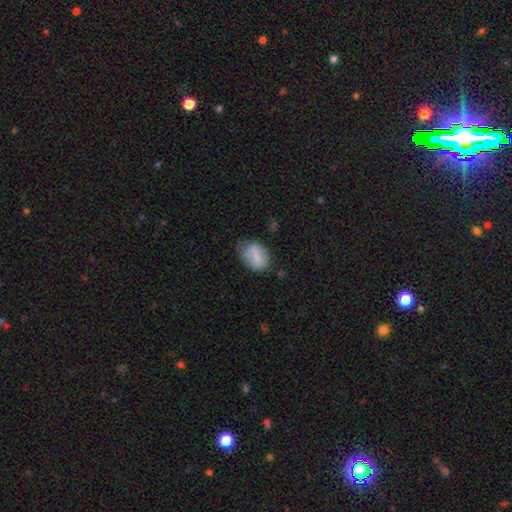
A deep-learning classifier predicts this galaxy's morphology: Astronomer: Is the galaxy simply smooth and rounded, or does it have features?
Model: smooth — 65%.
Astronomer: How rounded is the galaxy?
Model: in between — 76%.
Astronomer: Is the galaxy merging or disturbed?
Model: none — 61%.